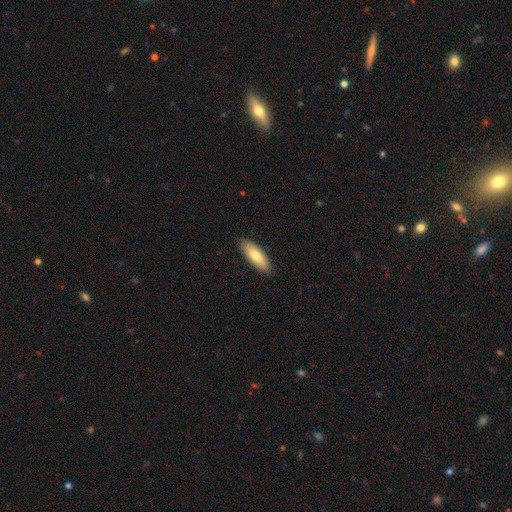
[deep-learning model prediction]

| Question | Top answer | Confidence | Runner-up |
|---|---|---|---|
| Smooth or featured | smooth | 74% | featured or disk (20%) |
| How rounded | in between | 70% | cigar-shaped (29%) |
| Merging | none | 86% | minor disturbance (11%) |